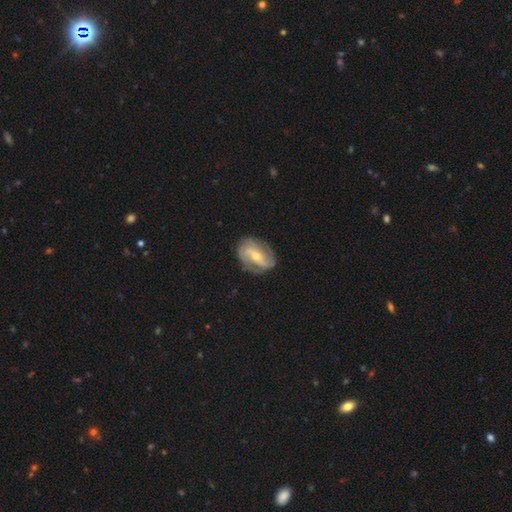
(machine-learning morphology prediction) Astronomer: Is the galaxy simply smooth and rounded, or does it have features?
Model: featured or disk — 77%.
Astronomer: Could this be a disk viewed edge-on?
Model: no — 95%.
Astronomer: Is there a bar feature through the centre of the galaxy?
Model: strong — 37%, tied with weak at 37%.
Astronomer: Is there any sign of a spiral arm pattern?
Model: yes — 87%.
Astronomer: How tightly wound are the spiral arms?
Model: medium — 38% (runner-up: tight, 36%).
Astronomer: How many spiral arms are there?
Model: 2 — 66%.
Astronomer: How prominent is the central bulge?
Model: small — 49% (runner-up: moderate, 47%).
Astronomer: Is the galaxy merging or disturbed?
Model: none — 76%.